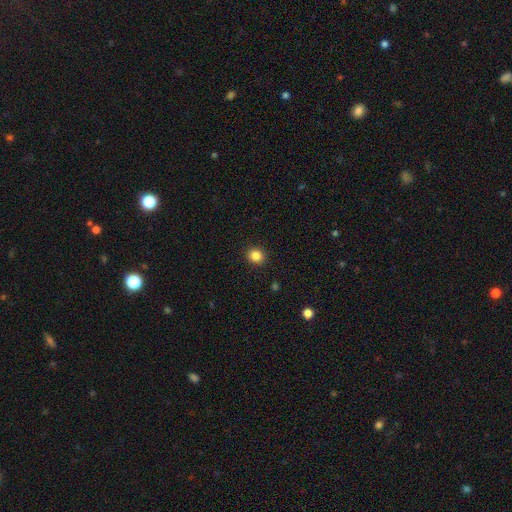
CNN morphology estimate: Smooth or featured: smooth — 85% (star or artifact — 11%)
How rounded: round — 83% (in between — 16%)
Merging: none — 92% (minor disturbance — 5%)